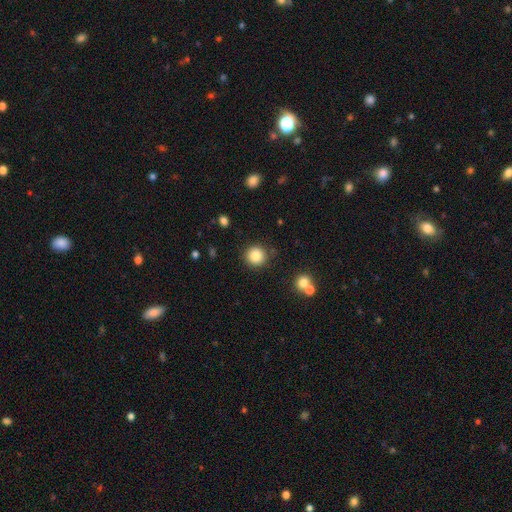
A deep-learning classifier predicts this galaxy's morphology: smooth 86%, star or artifact 10%, featured or disk 5%. Down the decision tree: how rounded — round (94%); merging — none (87%).